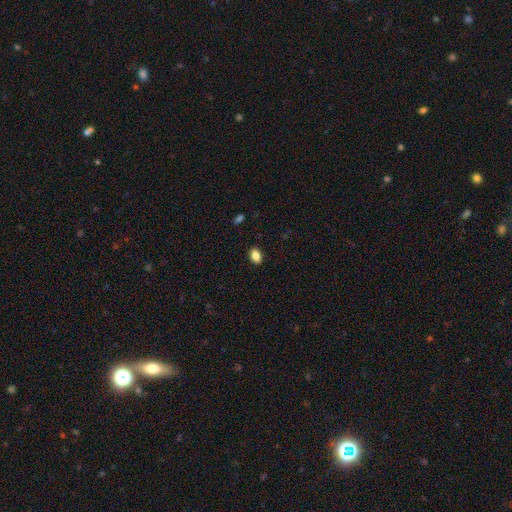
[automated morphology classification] Q: Smooth or featured?
A: smooth (86%); runner-up: star or artifact (9%)
Q: How rounded?
A: in between (82%); runner-up: round (16%)
Q: Merging?
A: none (89%); runner-up: minor disturbance (8%)